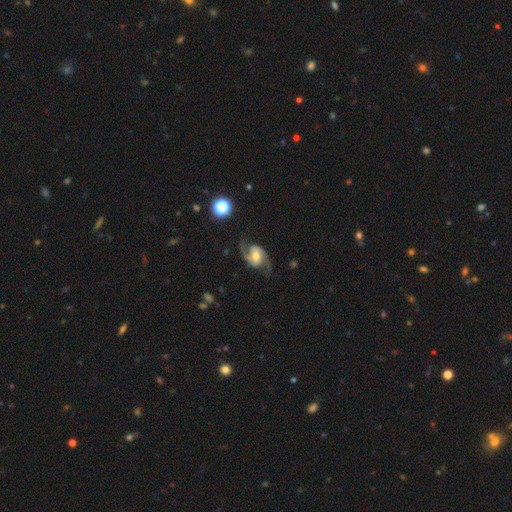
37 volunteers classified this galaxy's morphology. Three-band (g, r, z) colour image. It shows a featured or disk galaxy (92%) with no bar (41%), 2 (97%) medium (59%) spiral arms (100%) and a moderate central bulge (65%). Merging: none (91%).